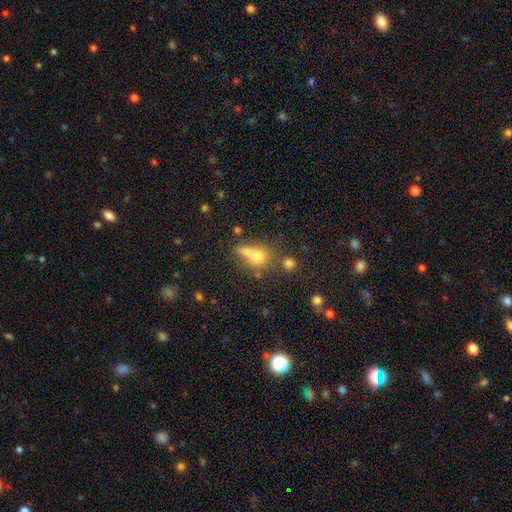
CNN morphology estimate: smooth_or_featured: smooth (p=0.65) [alt: star or artifact p=0.18]
how_rounded: round (p=0.50) [alt: in between p=0.40]
merging: none (p=0.39) [alt: merger p=0.38]